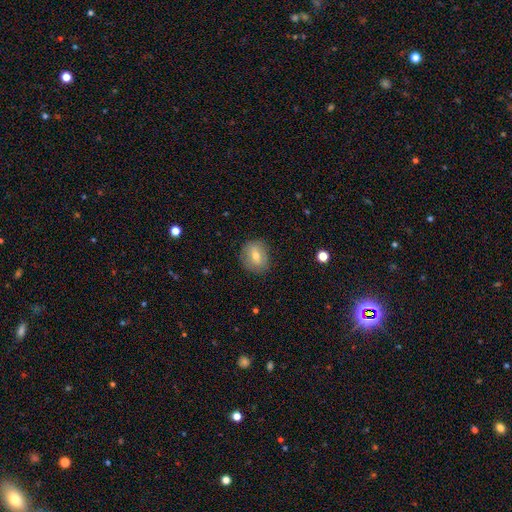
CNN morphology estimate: This appears to be a smooth galaxy with no disk features (64%) that is round (62%). Merging: none (83%).